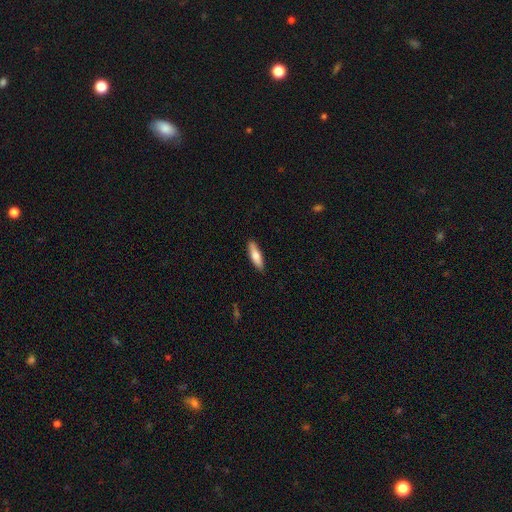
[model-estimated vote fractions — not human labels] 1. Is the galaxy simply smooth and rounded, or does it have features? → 72% smooth, 22% featured or disk, 6% star or artifact.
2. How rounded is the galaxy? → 63% cigar-shaped, 35% in between, 2% round.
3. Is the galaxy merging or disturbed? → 89% none, 8% minor disturbance, 2% major disturbance, 1% merger.